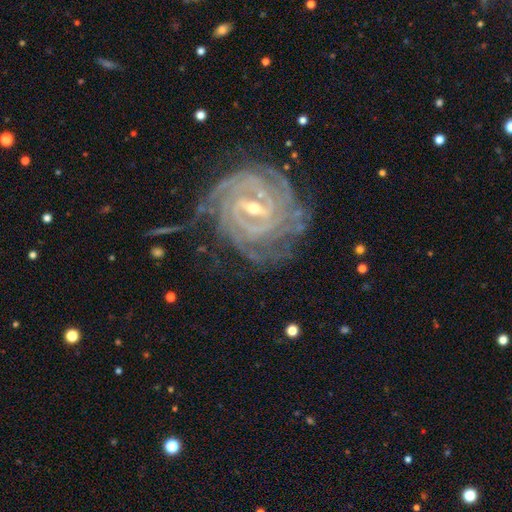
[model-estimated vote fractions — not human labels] Morphology: type=featured or disk (91%); edge-on=no (97%); bar=strong (52%); spiral arms=yes (98%); winding=tight (83%); arm count=4 (28%); bulge=small (52%); merging=none (70%).